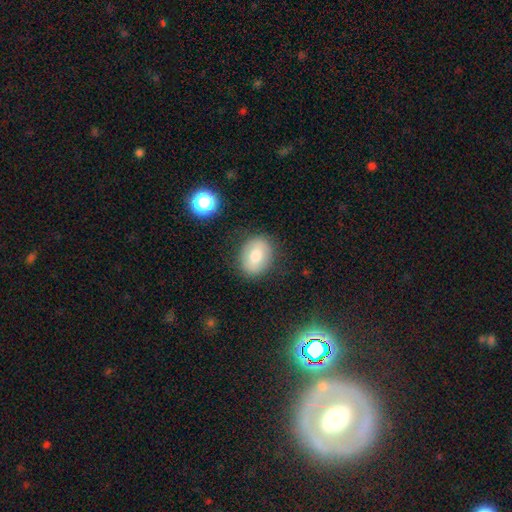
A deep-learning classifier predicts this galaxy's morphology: A smooth galaxy with no disk features (72%) that is in between round and cigar-shaped (58%). Merging: none (84%).